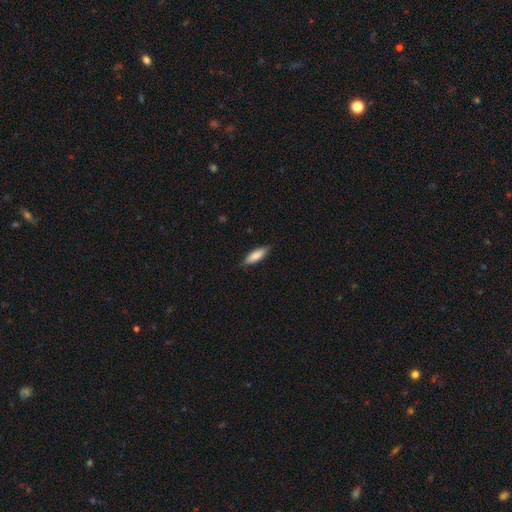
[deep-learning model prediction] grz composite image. It shows a smooth galaxy with no disk features (82%) that is cigar-shaped (51%). Merging: none (83%).